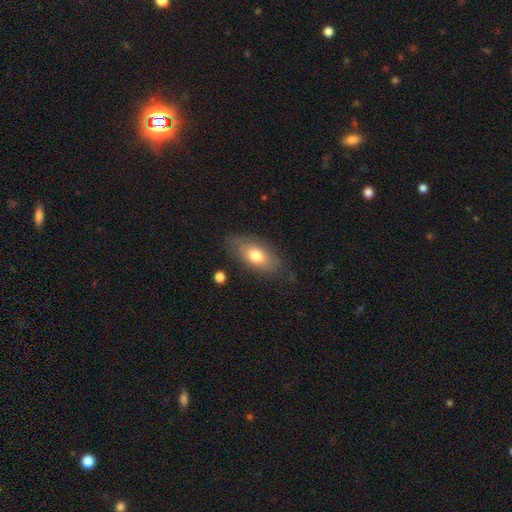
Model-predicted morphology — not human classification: Smooth or featured? smooth (71%)
How rounded? in between (87%)
Merging? none (78%)